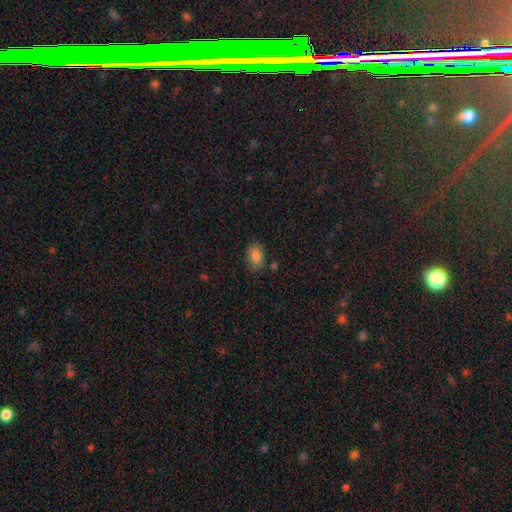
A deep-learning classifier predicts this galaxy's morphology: smooth-or-featured: smooth: 85% | star or artifact: 9% | featured or disk: 6%
  how-rounded: in between: 83% | round: 16% | cigar-shaped: 1%
  merging: none: 78% | minor disturbance: 16% | major disturbance: 4% | merger: 3%